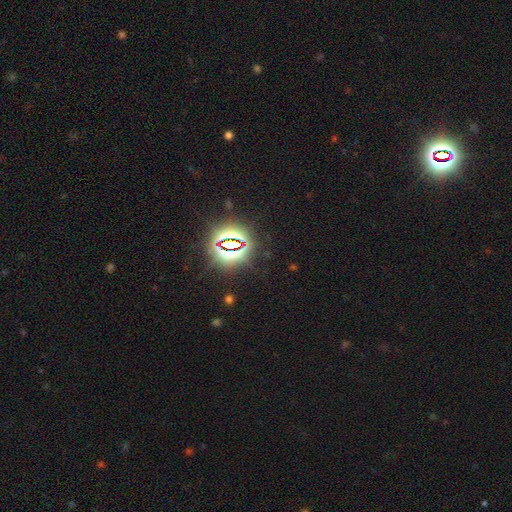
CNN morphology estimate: Smooth or featured?
  - star or artifact: 83% *
  - smooth: 11%
  - featured or disk: 6%